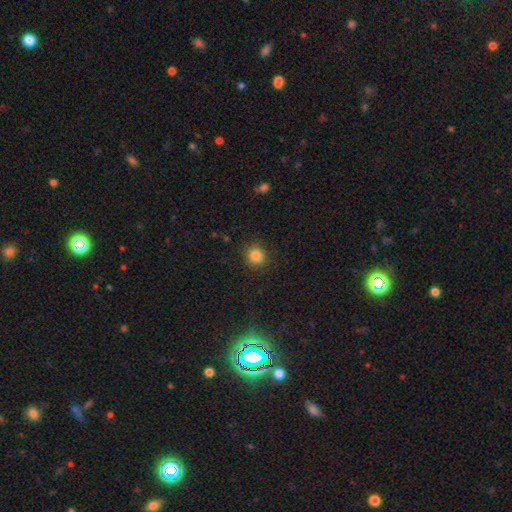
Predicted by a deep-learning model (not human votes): smooth_or_featured: smooth (p=0.84) [alt: star or artifact p=0.12]
how_rounded: round (p=0.89) [alt: in between p=0.10]
merging: none (p=0.88) [alt: minor disturbance p=0.08]